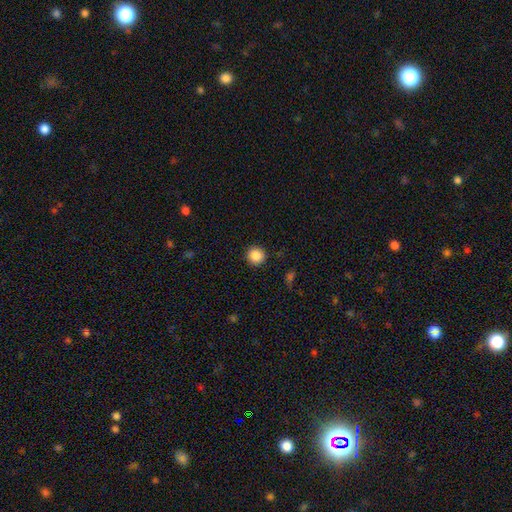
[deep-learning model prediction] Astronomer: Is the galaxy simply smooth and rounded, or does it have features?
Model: smooth — 87%.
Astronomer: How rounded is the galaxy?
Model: round — 94%.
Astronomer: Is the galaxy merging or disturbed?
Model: none — 91%.